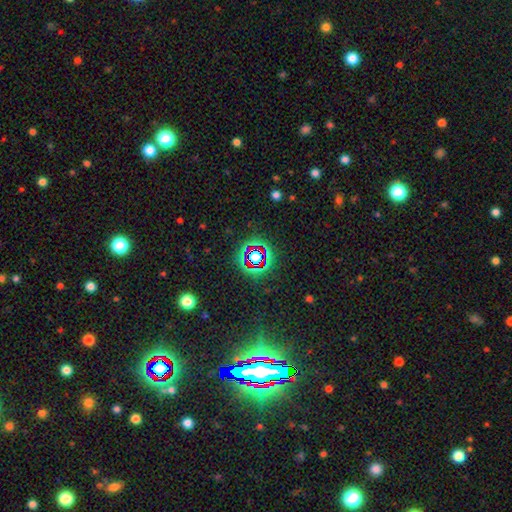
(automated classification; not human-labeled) A star or artifact, not a galaxy (73%).

Vote fractions:
- Smooth or featured? star or artifact: 73% / smooth: 17% / featured or disk: 10%